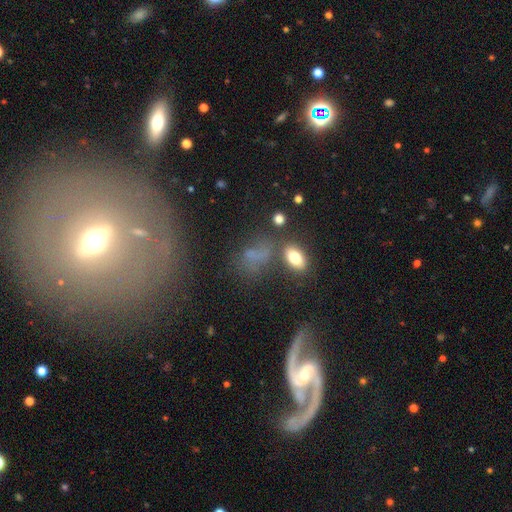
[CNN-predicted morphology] This is possibly a smooth galaxy (56%). How rounded: likely in between (76%). Merging: possibly none (47%).